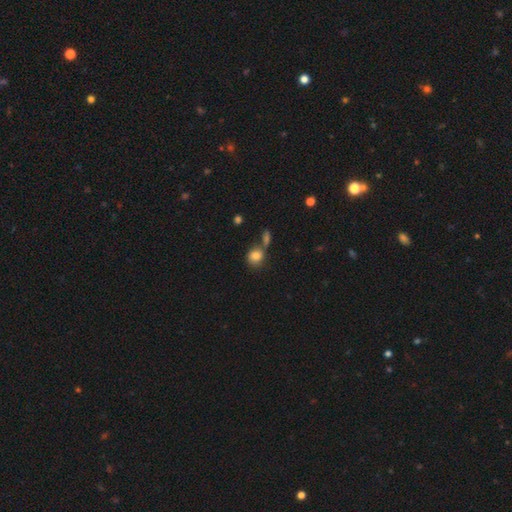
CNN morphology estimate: smooth-or-featured: smooth: 81% | star or artifact: 10% | featured or disk: 9%
  how-rounded: round: 72% | in between: 26% | cigar-shaped: 1%
  merging: none: 49% | merger: 30% | minor disturbance: 14% | major disturbance: 6%